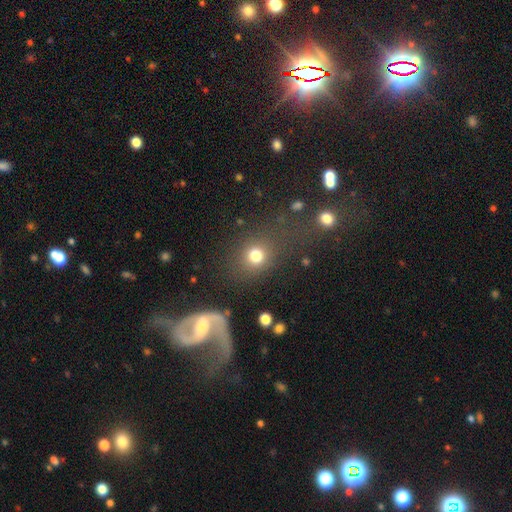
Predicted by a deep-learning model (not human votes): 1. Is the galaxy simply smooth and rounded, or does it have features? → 77% smooth, 14% star or artifact, 9% featured or disk.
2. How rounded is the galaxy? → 72% round, 26% in between, 2% cigar-shaped.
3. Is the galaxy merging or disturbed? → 68% none, 12% minor disturbance, 11% merger, 10% major disturbance.